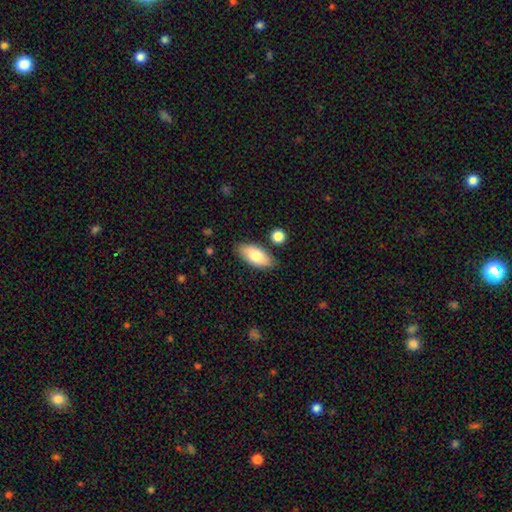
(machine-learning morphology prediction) Overall: smooth (79%). How rounded: in between (89%). Merging: none (82%).